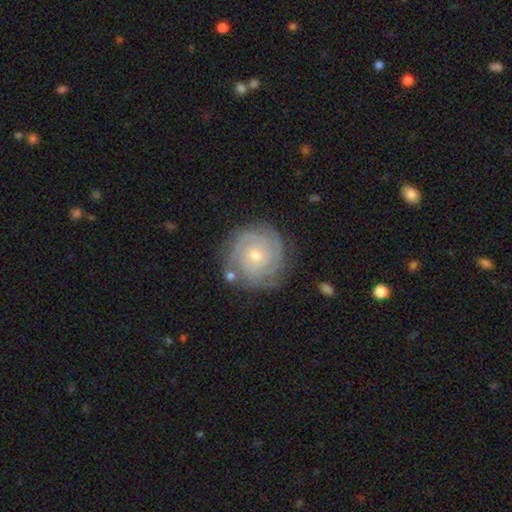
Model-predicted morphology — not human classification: Smooth or featured? Predicted: featured or disk (p=0.84). Edge-on disk? Predicted: no (p=0.98). Bar? Predicted: no (p=0.78). Spiral arms? Predicted: yes (p=0.97). Spiral winding? Predicted: tight (p=0.84). Spiral arm count? Predicted: 3 (p=0.31). Bulge size? Predicted: small (p=0.59). Merging? Predicted: none (p=0.82).